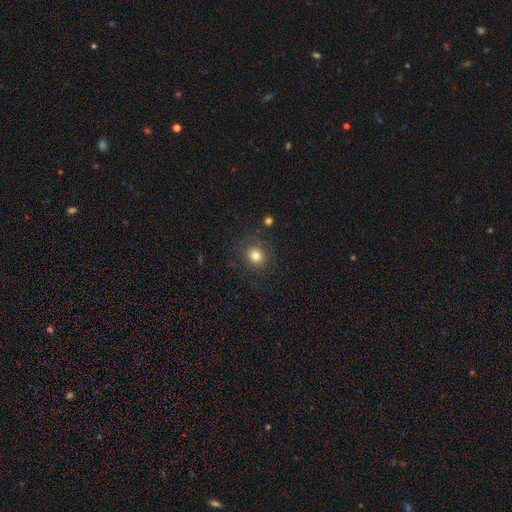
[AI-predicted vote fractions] Morphology: type=smooth (76%); roundness=round (75%); merging=none (83%).